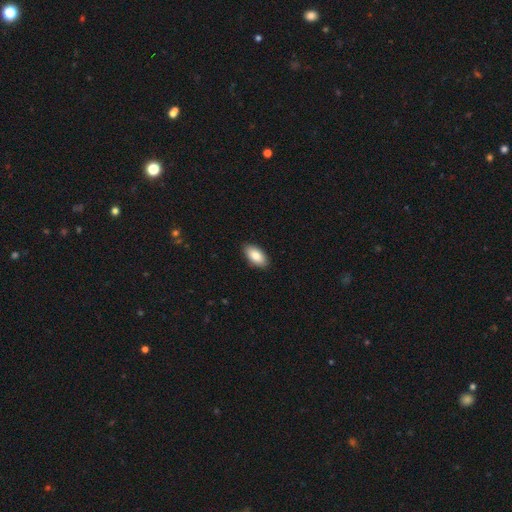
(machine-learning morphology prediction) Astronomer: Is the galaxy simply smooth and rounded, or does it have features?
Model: smooth — 86%.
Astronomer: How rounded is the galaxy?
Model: in between — 93%.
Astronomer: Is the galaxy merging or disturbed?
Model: none — 90%.